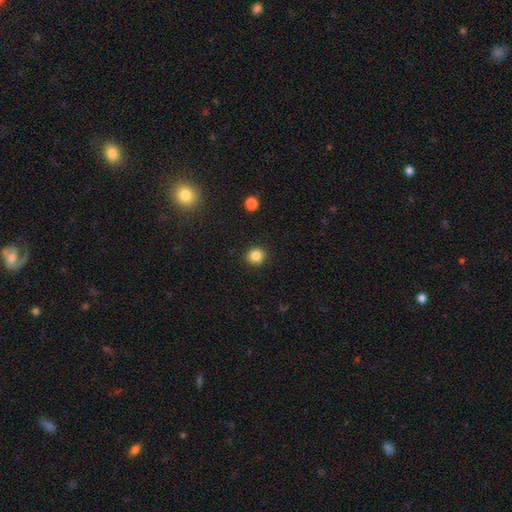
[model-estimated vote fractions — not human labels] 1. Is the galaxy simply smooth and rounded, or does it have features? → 85% smooth, 11% star or artifact, 4% featured or disk.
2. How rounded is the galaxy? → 90% round, 9% in between, 1% cigar-shaped.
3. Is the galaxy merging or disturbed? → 91% none, 6% minor disturbance, 2% major disturbance, 1% merger.